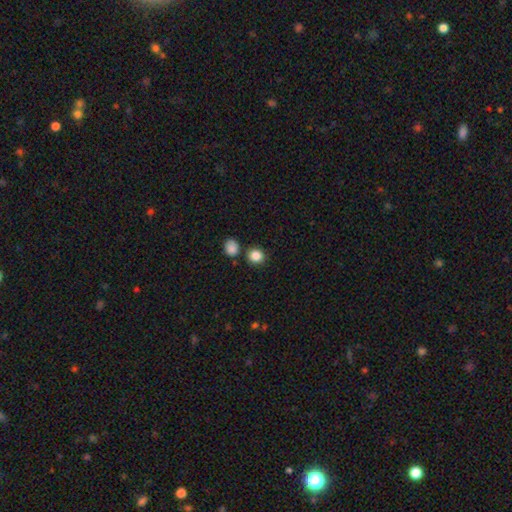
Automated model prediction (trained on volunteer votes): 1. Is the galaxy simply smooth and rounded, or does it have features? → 86% smooth, 10% star or artifact, 4% featured or disk.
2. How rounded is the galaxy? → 86% round, 13% in between, 1% cigar-shaped.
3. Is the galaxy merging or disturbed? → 82% none, 8% merger, 8% minor disturbance, 2% major disturbance.